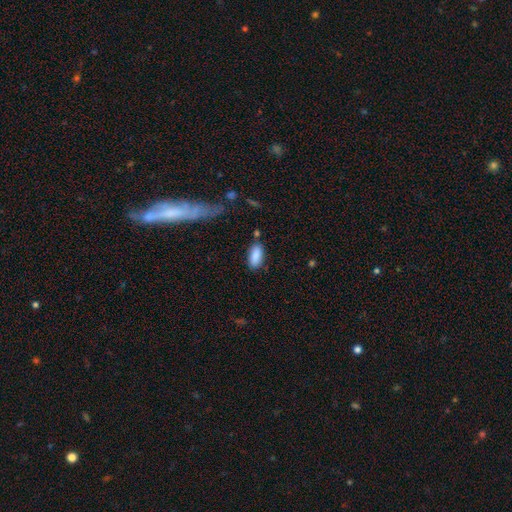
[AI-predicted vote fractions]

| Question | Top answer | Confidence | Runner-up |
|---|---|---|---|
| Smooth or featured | smooth | 88% | star or artifact (7%) |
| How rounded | in between | 89% | cigar-shaped (9%) |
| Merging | none | 79% | minor disturbance (14%) |